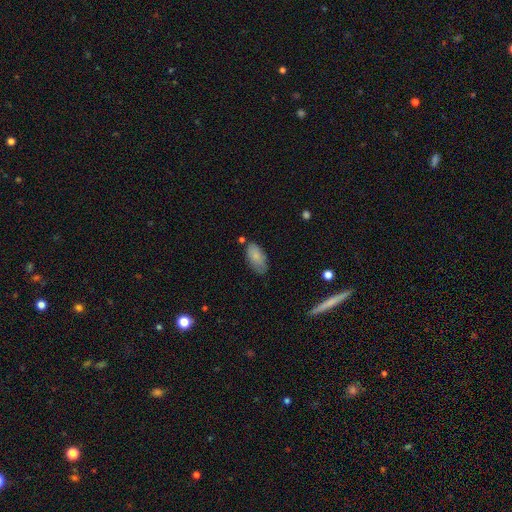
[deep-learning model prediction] smooth-or-featured: smooth: 82% | featured or disk: 11% | star or artifact: 7%
  how-rounded: in between: 92% | cigar-shaped: 5% | round: 3%
  merging: none: 66% | minor disturbance: 25% | major disturbance: 5% | merger: 4%